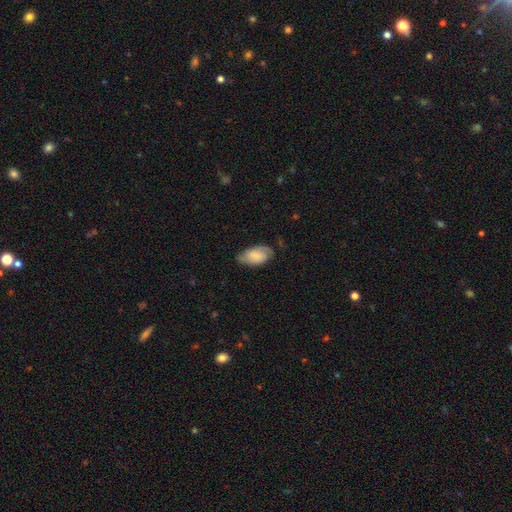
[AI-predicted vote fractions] This appears to be a smooth galaxy with no disk features (63%) that is in between round and cigar-shaped (94%). Merging: none (61%).